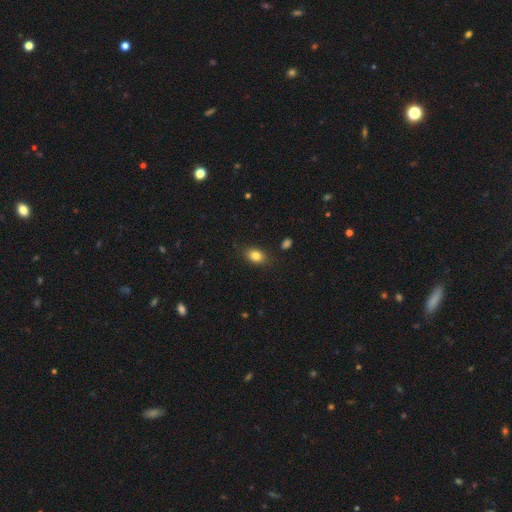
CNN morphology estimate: This appears to be a smooth galaxy with no disk features (82%) that is in between round and cigar-shaped (75%). Merging: none (84%).